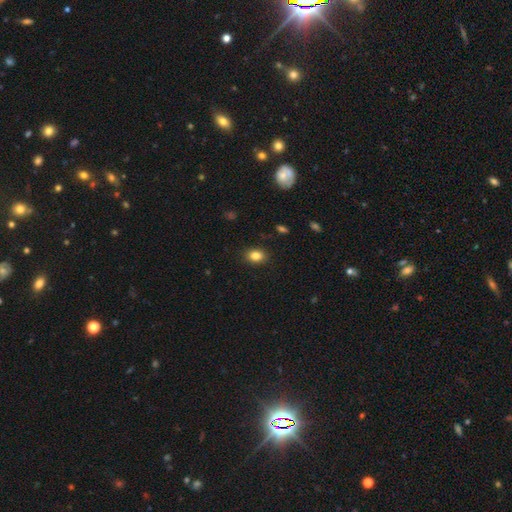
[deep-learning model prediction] This is clearly a smooth galaxy (84%). How rounded: likely in between (60%). Merging: clearly none (89%).